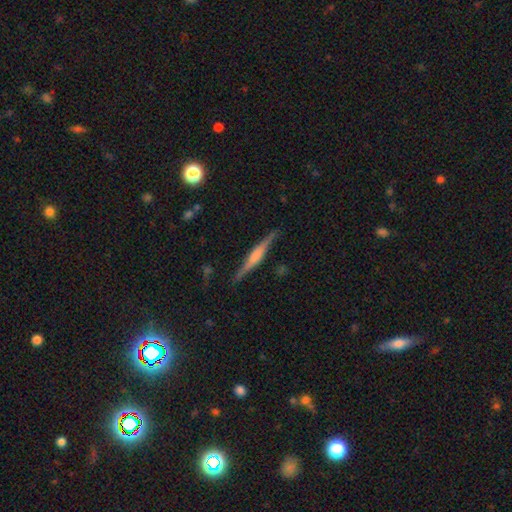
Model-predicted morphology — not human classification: Overall: featured or disk (70%). Edge-on disk: yes (97%). Edge-on bulge: rounded (53%; boxy 33%). Merging: none (85%).